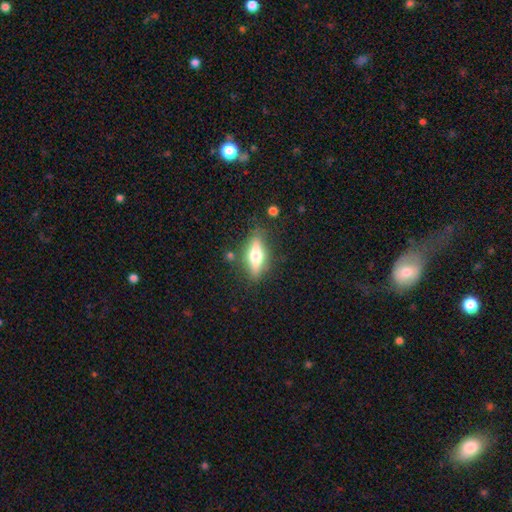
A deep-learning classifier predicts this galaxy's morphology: Q: Smooth or featured?
A: featured or disk (53%); runner-up: smooth (40%)
Q: Edge-on disk?
A: yes (89%); runner-up: no (11%)
Q: Merging?
A: none (82%); runner-up: minor disturbance (12%)